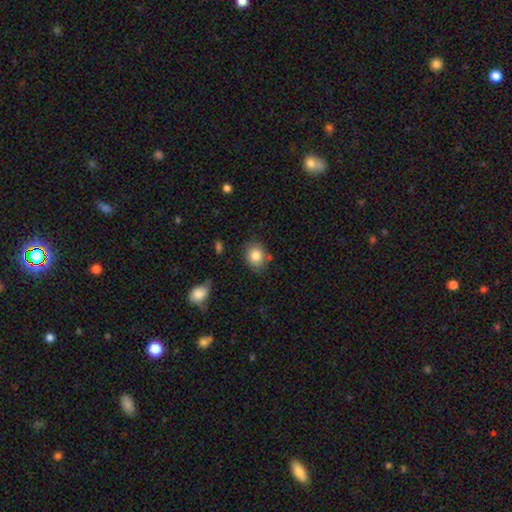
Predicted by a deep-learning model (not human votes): Q: Smooth or featured?
A: smooth (83%); runner-up: featured or disk (9%)
Q: How rounded?
A: round (51%); runner-up: in between (48%)
Q: Merging?
A: none (74%); runner-up: minor disturbance (17%)